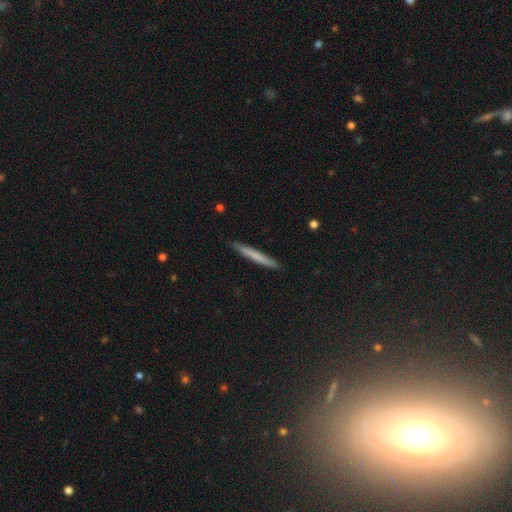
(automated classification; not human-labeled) A smooth galaxy with no disk features (70%) that is cigar-shaped (97%). Merging: none (90%).